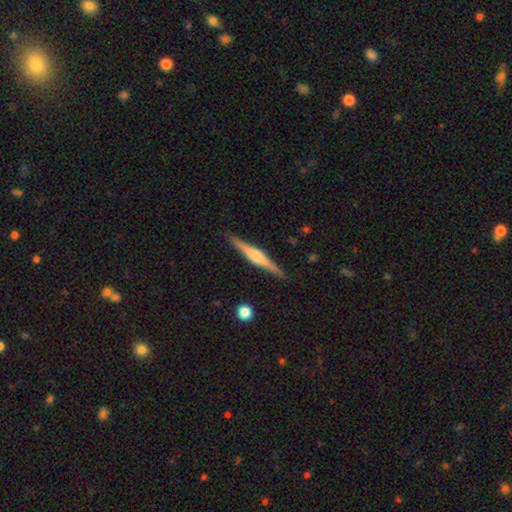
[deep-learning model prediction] smooth-or-featured: featured or disk: 71% | smooth: 23% | star or artifact: 5%
  disk-edge-on: yes: 98% | no: 2%
    edge-on-bulge: rounded: 78% | boxy: 16% | none: 6%
  merging: none: 90% | minor disturbance: 7% | major disturbance: 2% | merger: 1%